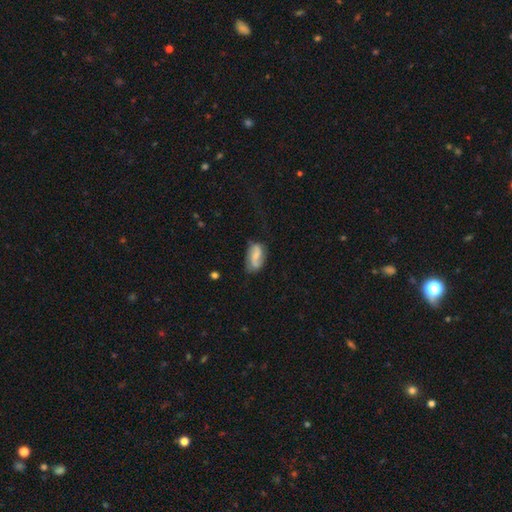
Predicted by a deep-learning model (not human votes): Overall: featured or disk (56%; smooth 37%). Edge-on disk: no (96%). Bar: weak (42%; no 34%). Spiral arms: yes (88%). Bulge size: small (42%; none 28%). Merging: none (63%; minor disturbance 25%).